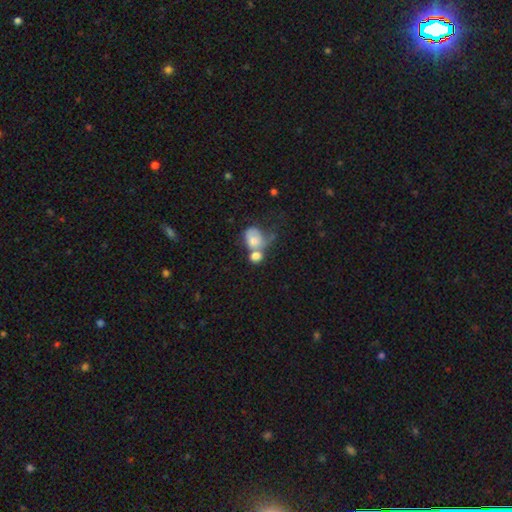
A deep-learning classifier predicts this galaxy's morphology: Overall: smooth (74%). How rounded: round (53%; in between 46%). Merging: merger (60%).